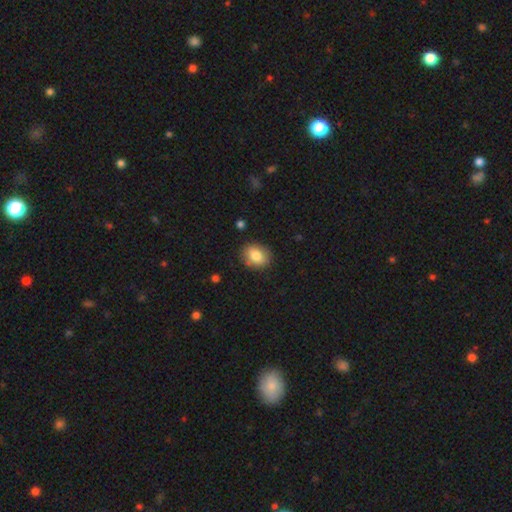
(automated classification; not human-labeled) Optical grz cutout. It shows a smooth galaxy with no disk features (81%) that is in between round and cigar-shaped (52%). Merging: none (84%).